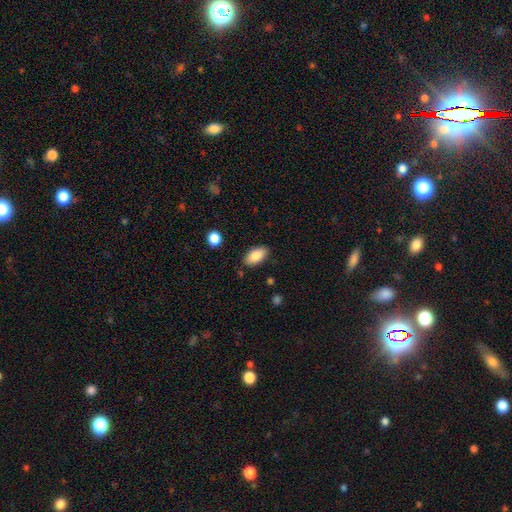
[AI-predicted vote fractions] A smooth galaxy with no disk features (86%) that is in between round and cigar-shaped (93%). Merging: none (84%).